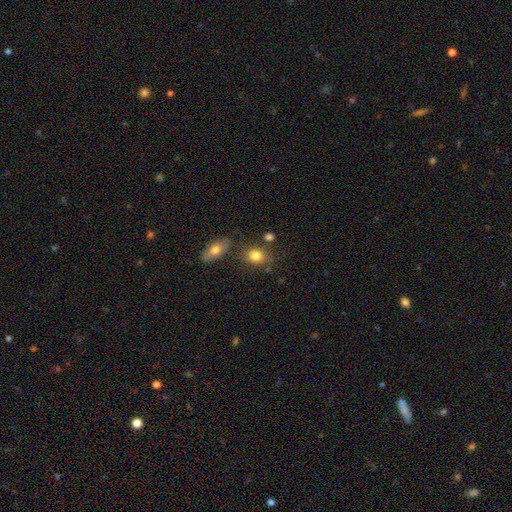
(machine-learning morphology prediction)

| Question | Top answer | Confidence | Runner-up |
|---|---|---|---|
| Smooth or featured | smooth | 81% | featured or disk (10%) |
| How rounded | round | 53% | in between (45%) |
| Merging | none | 69% | minor disturbance (15%) |